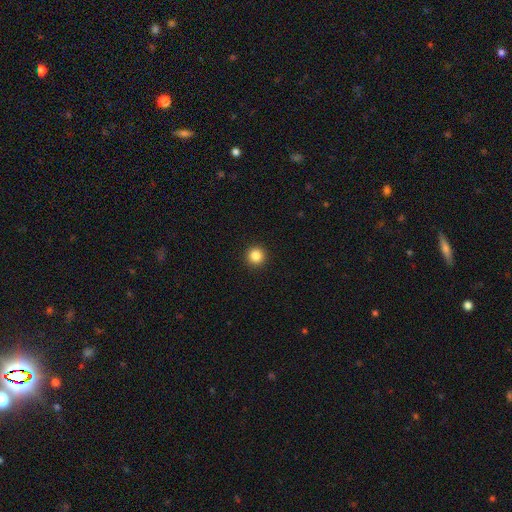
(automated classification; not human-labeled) A smooth galaxy with no disk features (85%) that is round (96%).

Vote fractions:
- Smooth or featured? smooth: 85% / star or artifact: 11% / featured or disk: 4%
- How rounded? round: 96% / in between: 3% / cigar-shaped: 1%
- Merging? none: 94% / minor disturbance: 4% / major disturbance: 2% / merger: 1%